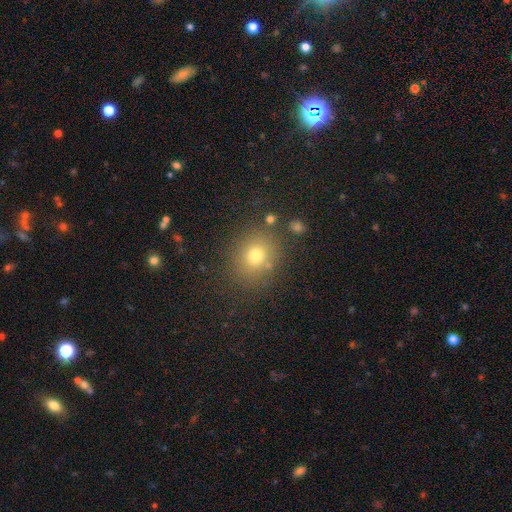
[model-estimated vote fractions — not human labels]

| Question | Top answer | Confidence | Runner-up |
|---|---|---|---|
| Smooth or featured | smooth | 74% | star or artifact (16%) |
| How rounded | round | 72% | in between (27%) |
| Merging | none | 80% | minor disturbance (11%) |